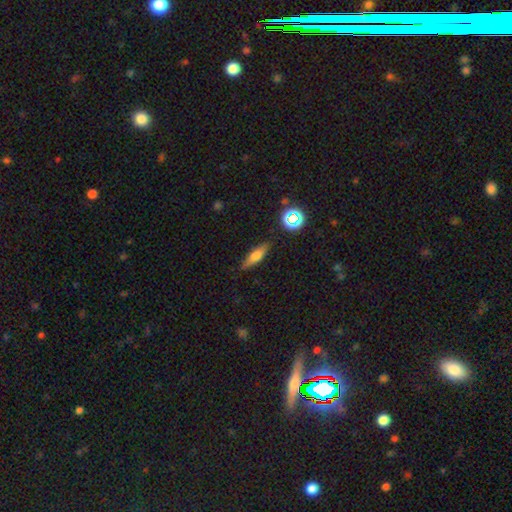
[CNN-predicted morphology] A smooth galaxy with no disk features (59%) that is cigar-shaped (56%). Merging: none (84%).